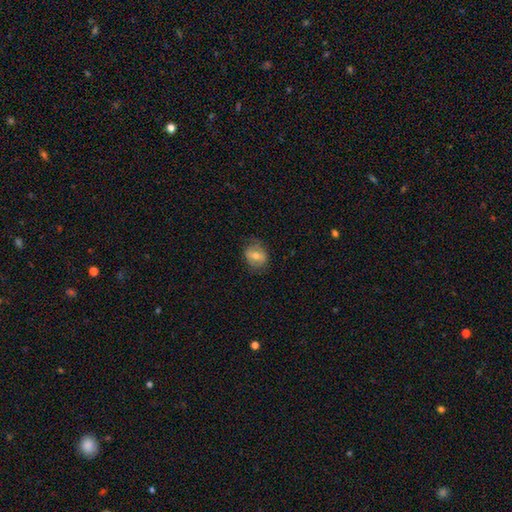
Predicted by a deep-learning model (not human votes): Q: Smooth or featured?
A: smooth (58%); runner-up: featured or disk (33%)
Q: How rounded?
A: round (56%); runner-up: in between (43%)
Q: Merging?
A: none (74%); runner-up: minor disturbance (18%)